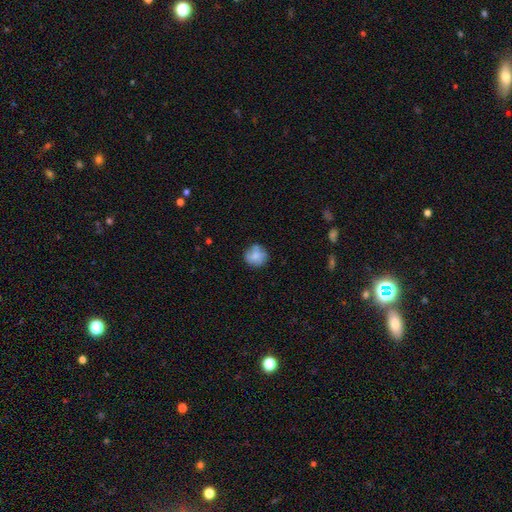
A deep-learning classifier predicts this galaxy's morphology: Smooth or featured? smooth (71%)
How rounded? round (88%)
Merging? none (74%)